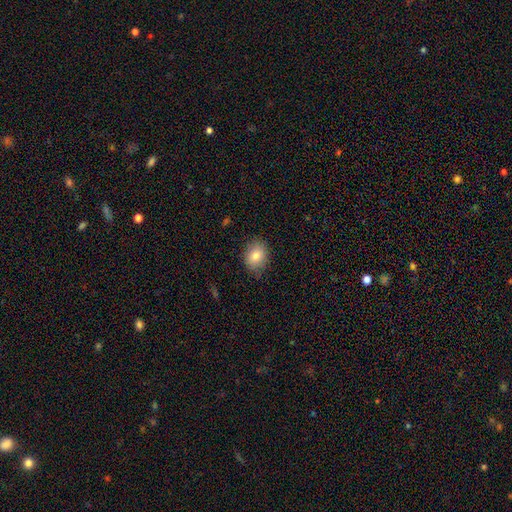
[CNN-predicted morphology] smooth_or_featured: smooth (p=0.80) [alt: featured or disk p=0.11]
how_rounded: in between (p=0.50) [alt: round p=0.49]
merging: none (p=0.82) [alt: minor disturbance p=0.14]